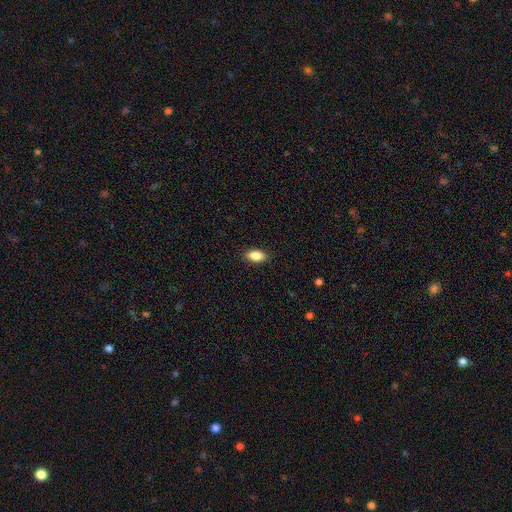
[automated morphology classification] smooth 87%, star or artifact 8%, featured or disk 6%. Down the decision tree: how rounded — in between (90%); merging — none (89%).